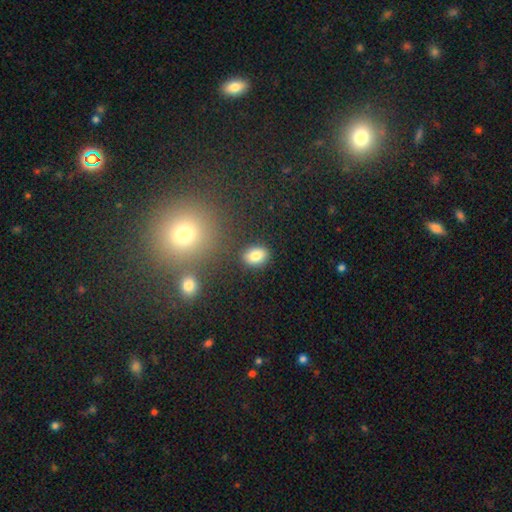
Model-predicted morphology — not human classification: A smooth galaxy with no disk features (82%) that is in between round and cigar-shaped (73%).

Vote fractions:
- Smooth or featured? smooth: 82% / star or artifact: 10% / featured or disk: 8%
- How rounded? in between: 73% / round: 25% / cigar-shaped: 1%
- Merging? none: 85% / minor disturbance: 9% / merger: 3% / major disturbance: 3%